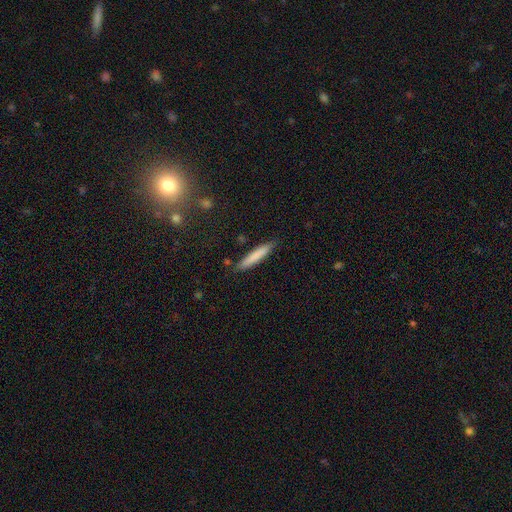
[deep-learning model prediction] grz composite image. It shows a smooth galaxy with no disk features (78%) that is cigar-shaped (93%). Merging: none (86%).